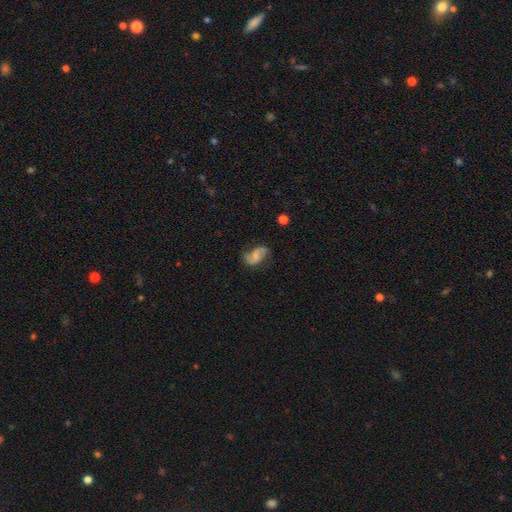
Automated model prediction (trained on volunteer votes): featured or disk 68%, smooth 25%, star or artifact 8%. Down the decision tree: edge-on disk — no (97%); bar — weak (43%); spiral arms — yes (92%); spiral arm count — 2 (89%); spiral winding — loose (56%); bulge size — small (43%); merging — none (66%).